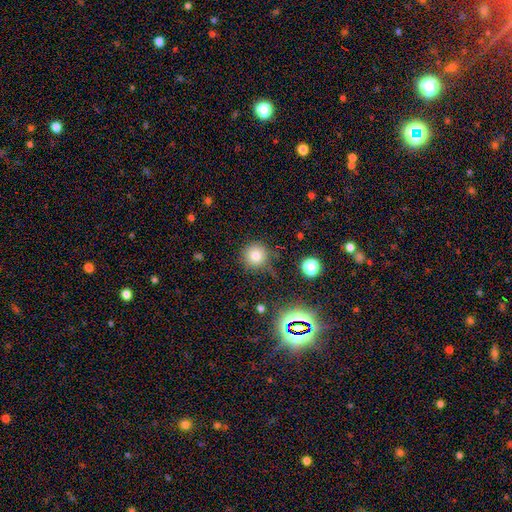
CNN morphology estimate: Smooth or featured?
  - smooth: 77% *
  - star or artifact: 15%
  - featured or disk: 7%
How rounded?
  - round: 94% *
  - in between: 5%
  - cigar-shaped: 1%
Merging?
  - none: 82% *
  - minor disturbance: 11%
  - major disturbance: 4%
  - merger: 4%